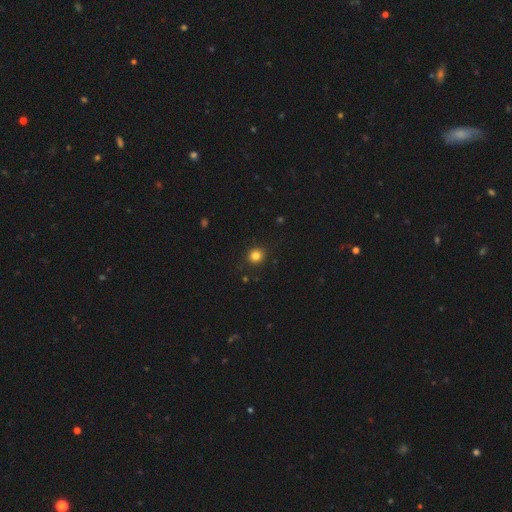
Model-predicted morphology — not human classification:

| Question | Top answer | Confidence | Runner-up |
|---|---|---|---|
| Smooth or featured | smooth | 83% | star or artifact (13%) |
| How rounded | round | 89% | in between (10%) |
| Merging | none | 91% | minor disturbance (6%) |